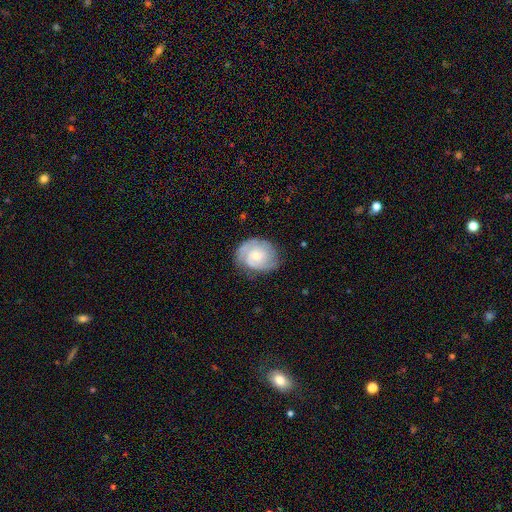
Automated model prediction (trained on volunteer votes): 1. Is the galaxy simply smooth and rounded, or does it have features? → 76% featured or disk, 18% smooth, 6% star or artifact.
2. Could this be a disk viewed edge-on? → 98% no, 2% yes.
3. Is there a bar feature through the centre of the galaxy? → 70% no, 26% weak, 4% strong.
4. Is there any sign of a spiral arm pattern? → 94% yes, 6% no.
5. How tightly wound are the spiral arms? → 60% tight, 32% medium, 8% loose.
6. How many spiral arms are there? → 51% 2, 20% can't tell, 17% 3, 6% 1, 3% 4, 3% more than 4.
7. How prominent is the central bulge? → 58% small, 34% moderate, 3% none, 3% large, 1% dominant.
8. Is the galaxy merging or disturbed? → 72% none, 20% minor disturbance, 7% major disturbance, 1% merger.